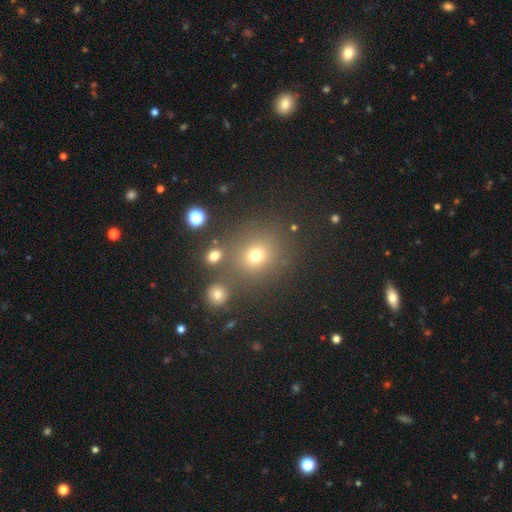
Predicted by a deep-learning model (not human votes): Morphology: type=smooth (70%); roundness=round (83%); merging=none (75%).